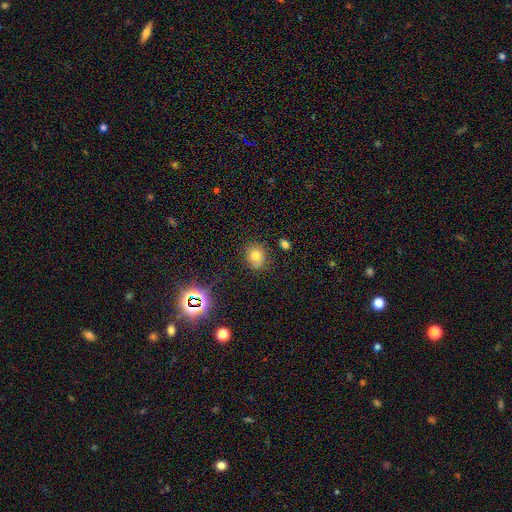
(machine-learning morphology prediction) smooth-or-featured: smooth: 71% | star or artifact: 16% | featured or disk: 13%
  how-rounded: round: 70% | in between: 29% | cigar-shaped: 1%
  merging: none: 74% | minor disturbance: 18% | major disturbance: 5% | merger: 3%